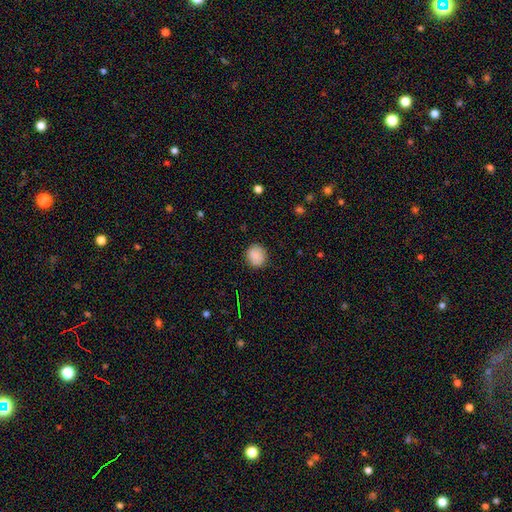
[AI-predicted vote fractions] smooth-or-featured: smooth: 87% | star or artifact: 9% | featured or disk: 5%
  how-rounded: round: 80% | in between: 19% | cigar-shaped: 1%
  merging: none: 87% | minor disturbance: 9% | major disturbance: 3% | merger: 1%